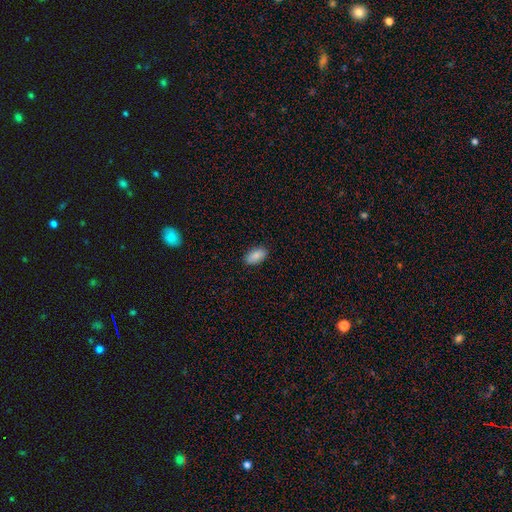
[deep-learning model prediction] Smooth or featured?
  - smooth: 87% *
  - star or artifact: 7%
  - featured or disk: 6%
How rounded?
  - in between: 93% *
  - round: 4%
  - cigar-shaped: 3%
Merging?
  - none: 88% *
  - minor disturbance: 9%
  - major disturbance: 2%
  - merger: 1%